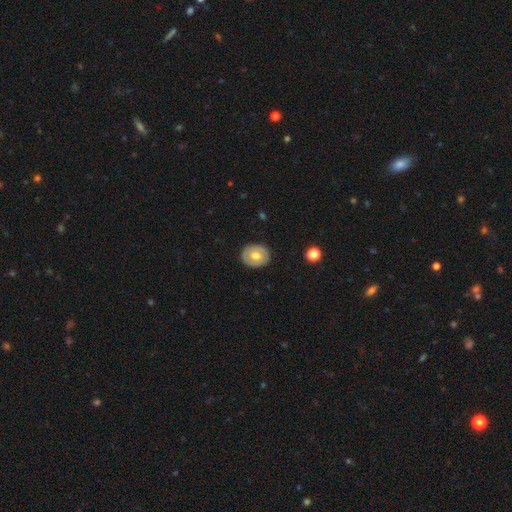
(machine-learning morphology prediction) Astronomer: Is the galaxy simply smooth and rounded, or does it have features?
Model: smooth — 57% (runner-up: featured or disk, 37%).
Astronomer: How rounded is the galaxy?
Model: round — 53% (runner-up: in between, 46%).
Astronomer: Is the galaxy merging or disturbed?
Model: none — 87%.